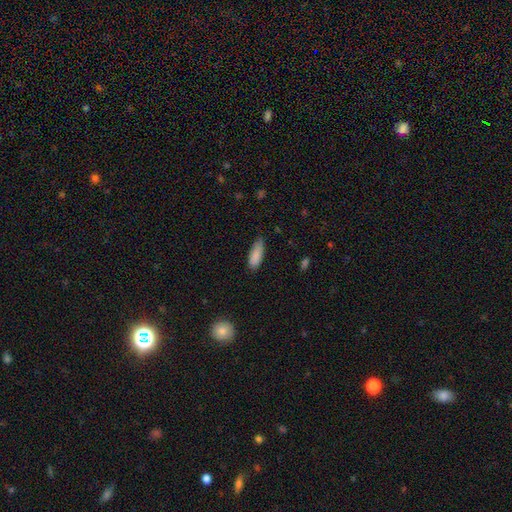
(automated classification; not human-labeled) A smooth galaxy with no disk features (87%) that is in between round and cigar-shaped (67%). Merging: none (69%).